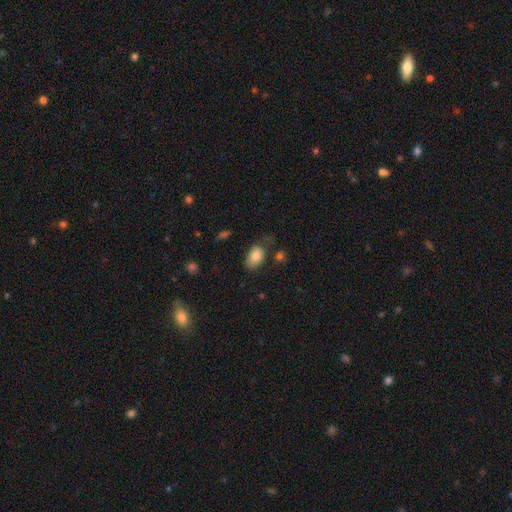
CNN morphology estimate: This is clearly a smooth galaxy (81%). How rounded: clearly in between (90%). Merging: likely none (67%).